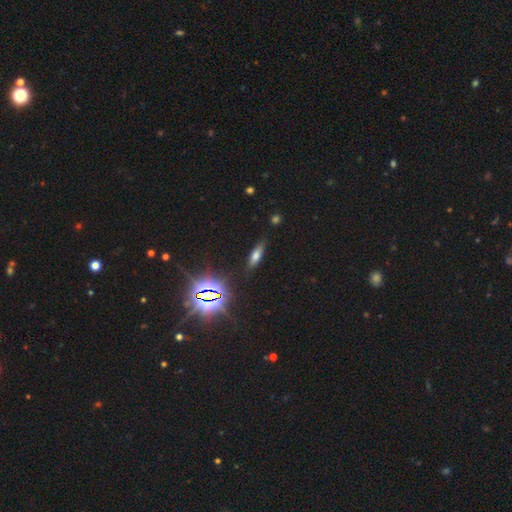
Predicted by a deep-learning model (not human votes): Smooth or featured? Predicted: smooth (p=0.59). How rounded? Predicted: in between (p=0.51). Merging? Predicted: none (p=0.83).